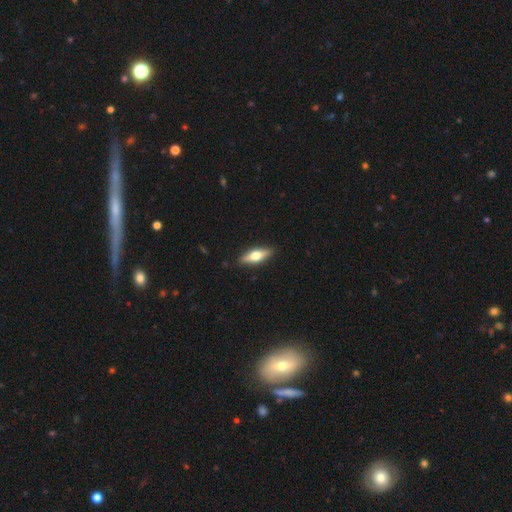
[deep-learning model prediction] featured or disk 48%, smooth 46%, star or artifact 6%. Down the decision tree: merging — none (89%).